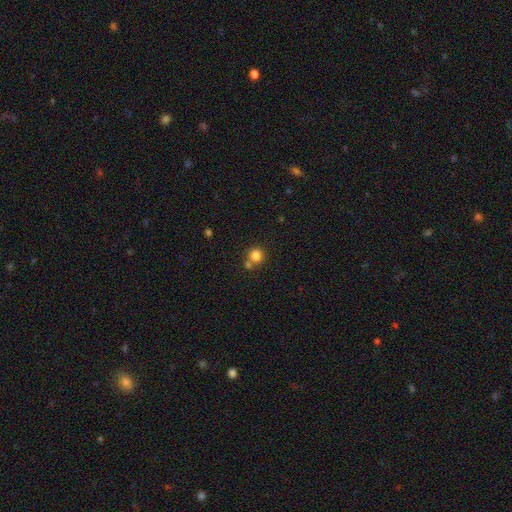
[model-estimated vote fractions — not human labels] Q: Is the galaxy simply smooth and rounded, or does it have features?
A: smooth — 82%.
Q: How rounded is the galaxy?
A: round — 90%.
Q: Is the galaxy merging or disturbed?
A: none — 62%.